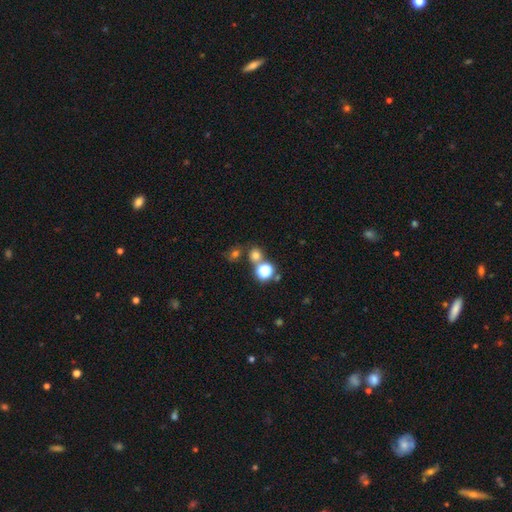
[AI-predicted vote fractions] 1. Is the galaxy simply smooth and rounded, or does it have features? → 68% smooth, 25% star or artifact, 7% featured or disk.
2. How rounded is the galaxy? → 82% round, 17% in between, 1% cigar-shaped.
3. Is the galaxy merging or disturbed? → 64% none, 24% merger, 8% minor disturbance, 4% major disturbance.